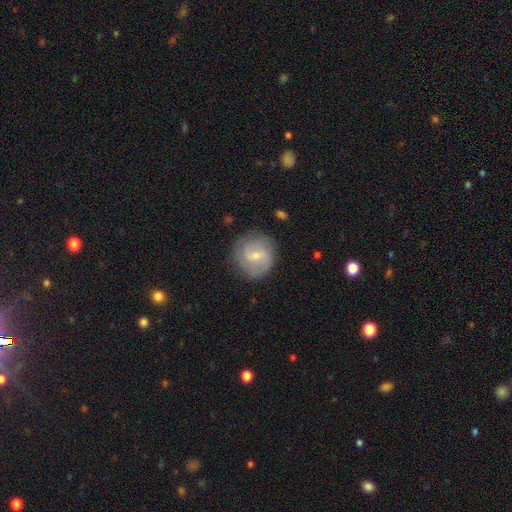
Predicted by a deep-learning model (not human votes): Morphology: type=featured or disk (55%); edge-on=no (97%); bar=weak (57%); spiral arms=yes (80%); bulge=small (64%); merging=none (81%).